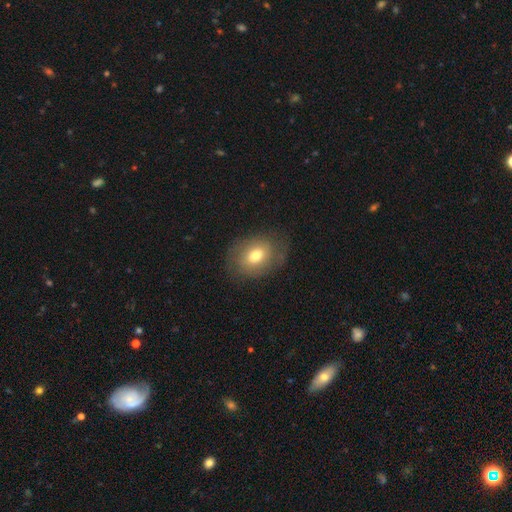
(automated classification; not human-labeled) smooth_or_featured: smooth (p=0.65) [alt: featured or disk p=0.25]
how_rounded: in between (p=0.65) [alt: round p=0.34]
merging: none (p=0.74) [alt: minor disturbance p=0.18]